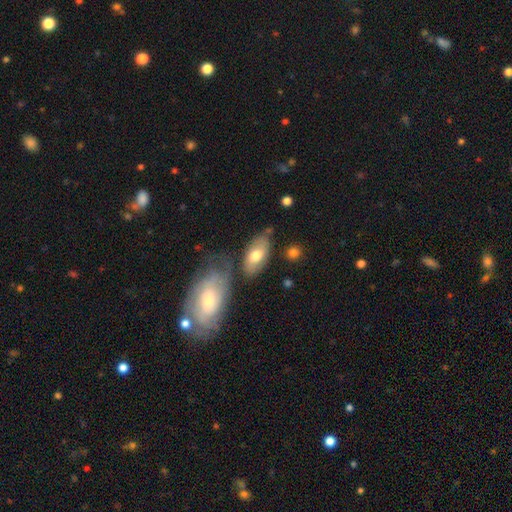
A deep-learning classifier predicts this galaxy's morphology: The model was most divided on "smooth or featured": smooth: 66%, featured or disk: 28%, star or artifact: 6%. More confident: how rounded — in between (91%); merging — none (64%).